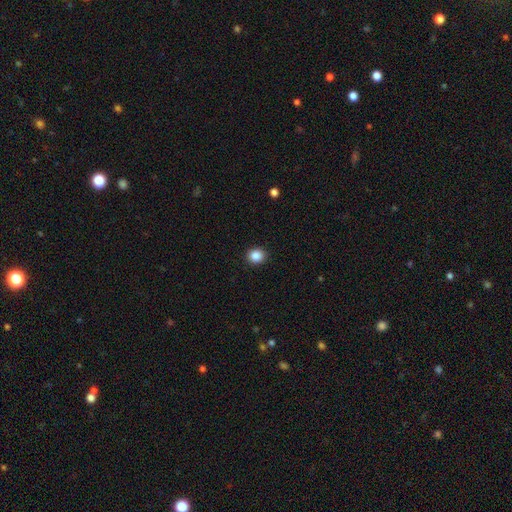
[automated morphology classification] The model was most divided on "how rounded": round: 80%, in between: 19%, cigar-shaped: 1%. More confident: merging — none (92%); smooth or featured — smooth (87%).